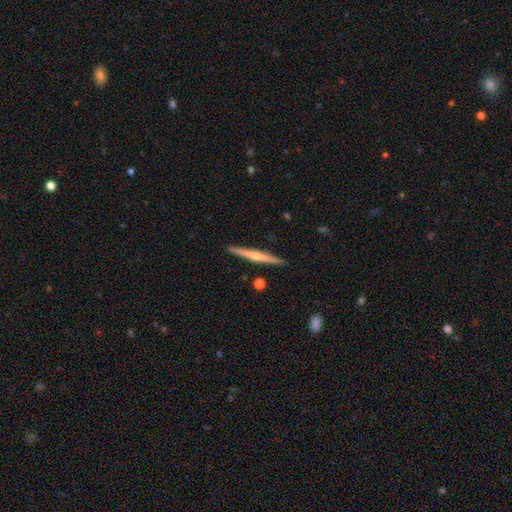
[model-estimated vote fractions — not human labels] smooth_or_featured: featured or disk (p=0.63) [alt: smooth p=0.31]
disk_edge_on: yes (p=0.98) [alt: no p=0.02]
edge_on_bulge: rounded (p=0.74) [alt: none p=0.20]
merging: none (p=0.91) [alt: minor disturbance p=0.06]